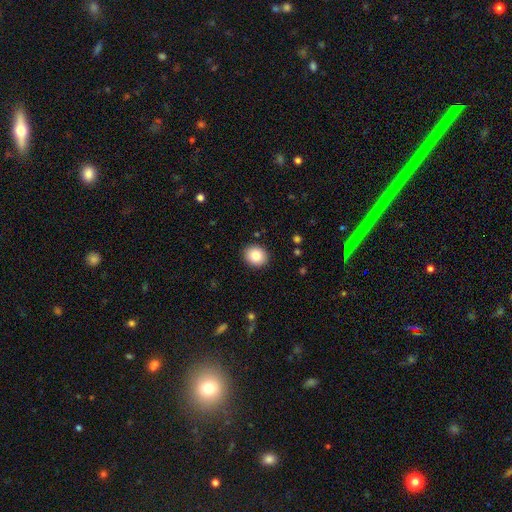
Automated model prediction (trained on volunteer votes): A smooth galaxy with no disk features (84%) that is round (76%). Merging: none (91%).